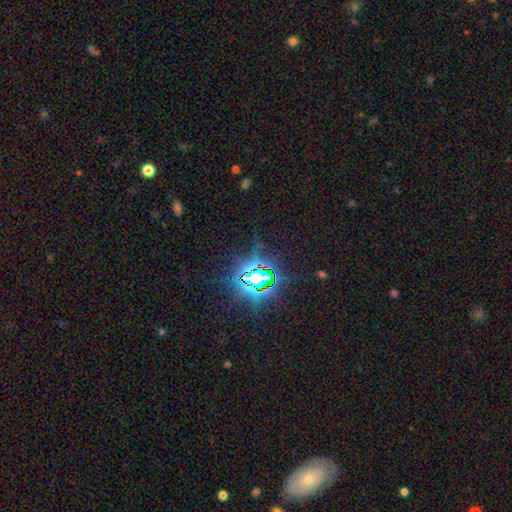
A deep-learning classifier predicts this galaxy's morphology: The model was most divided on "smooth or featured": star or artifact: 83%, smooth: 10%, featured or disk: 6%.